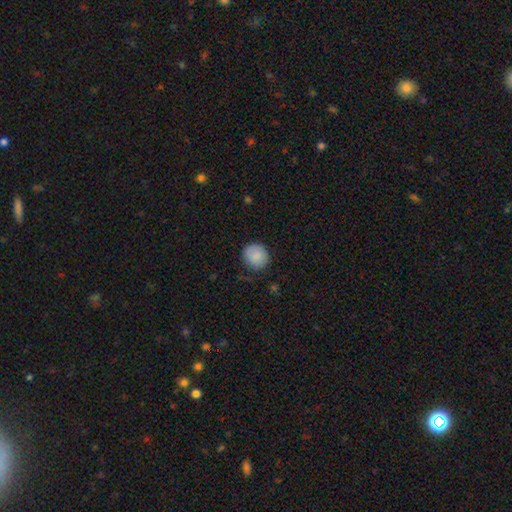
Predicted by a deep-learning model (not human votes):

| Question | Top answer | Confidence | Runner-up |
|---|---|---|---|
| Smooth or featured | smooth | 87% | star or artifact (7%) |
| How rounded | round | 88% | in between (11%) |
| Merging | none | 81% | minor disturbance (14%) |